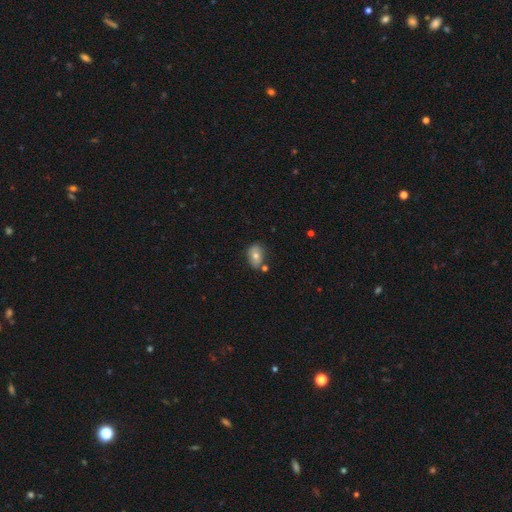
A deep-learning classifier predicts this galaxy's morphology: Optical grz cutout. It shows a smooth galaxy with no disk features (70%) that is in between round and cigar-shaped (73%). Merging: none (69%).